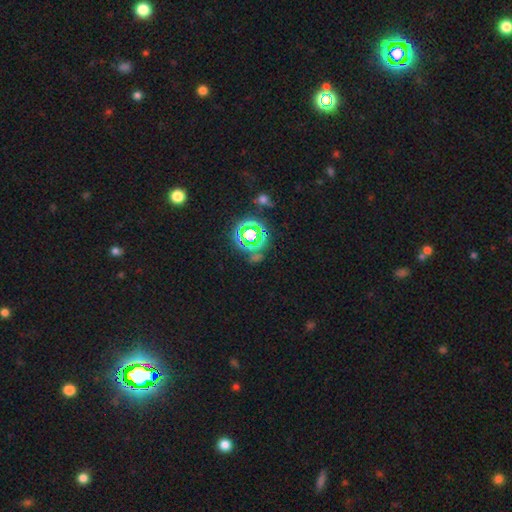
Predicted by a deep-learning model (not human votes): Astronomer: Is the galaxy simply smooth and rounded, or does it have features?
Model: star or artifact — 73%.